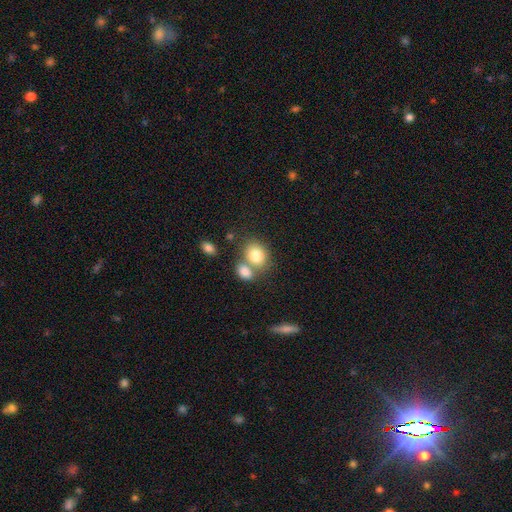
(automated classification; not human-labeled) Overall: smooth (81%). How rounded: in between (52%; round 47%). Merging: none (45%; merger 41%).